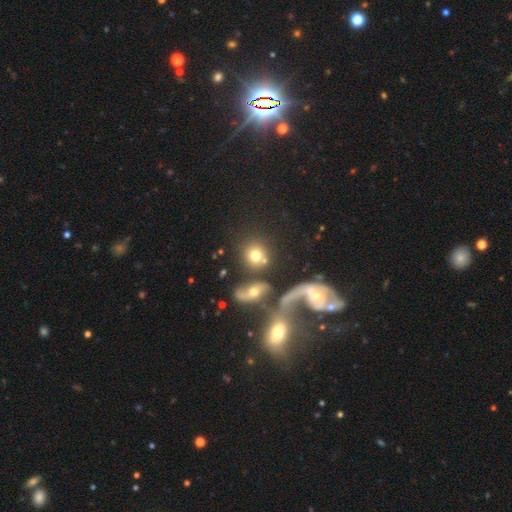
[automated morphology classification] Smooth or featured? smooth (71%)
How rounded? round (82%)
Merging? none (56%)